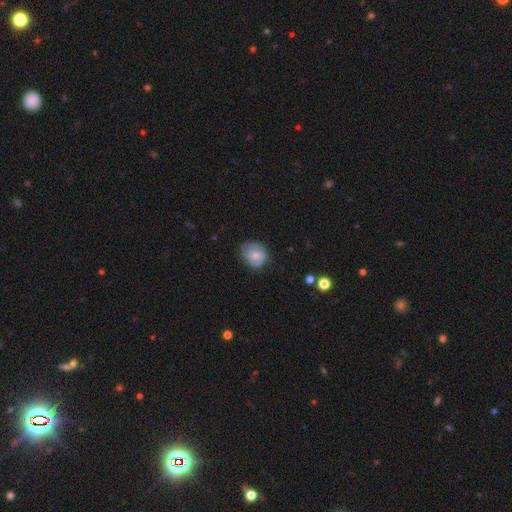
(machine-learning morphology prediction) smooth_or_featured: smooth (p=0.62) [alt: featured or disk p=0.30]
how_rounded: round (p=0.59) [alt: in between p=0.40]
merging: none (p=0.58) [alt: minor disturbance p=0.31]